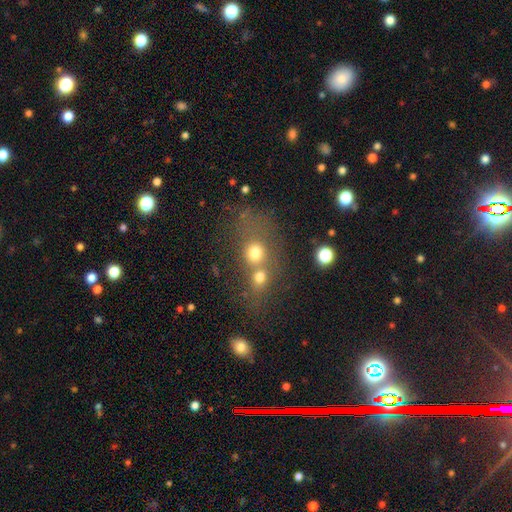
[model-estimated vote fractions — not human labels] Smooth or featured? Predicted: smooth (p=0.52). How rounded? Predicted: round (p=0.59). Merging? Predicted: merger (p=0.59).